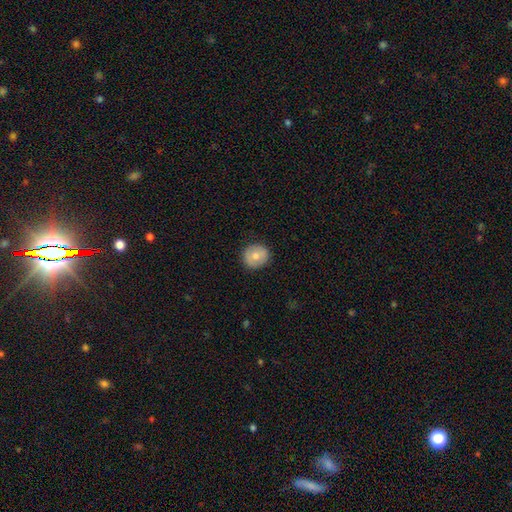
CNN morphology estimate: This appears to be a smooth galaxy with no disk features (70%) that is round (88%). Merging: none (89%).